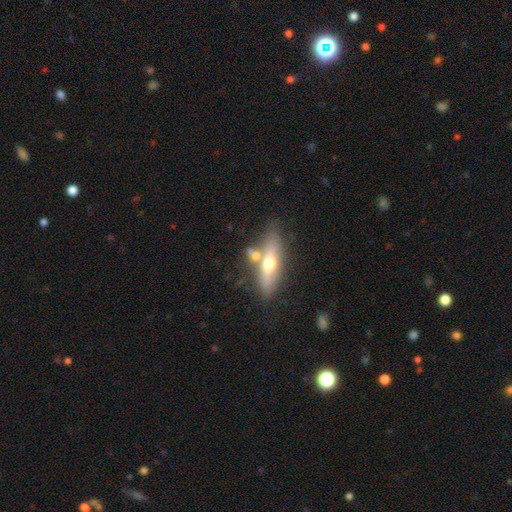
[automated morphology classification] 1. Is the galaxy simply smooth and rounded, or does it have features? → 48% smooth, 44% featured or disk, 7% star or artifact.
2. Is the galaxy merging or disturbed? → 56% none, 25% merger, 13% minor disturbance, 6% major disturbance.